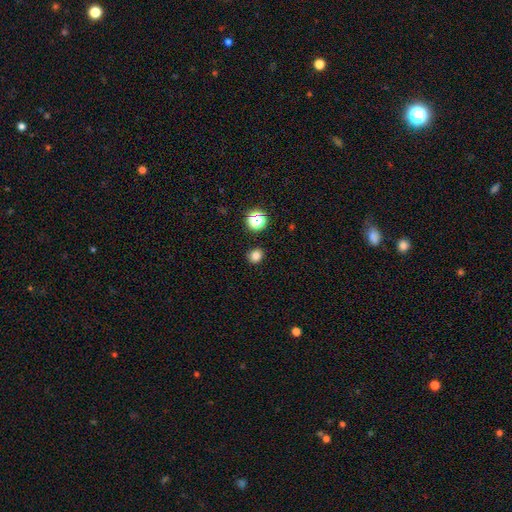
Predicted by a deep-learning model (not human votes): The model was most divided on "smooth or featured": smooth: 79%, star or artifact: 17%, featured or disk: 5%. More confident: merging — none (90%); how rounded — round (82%).